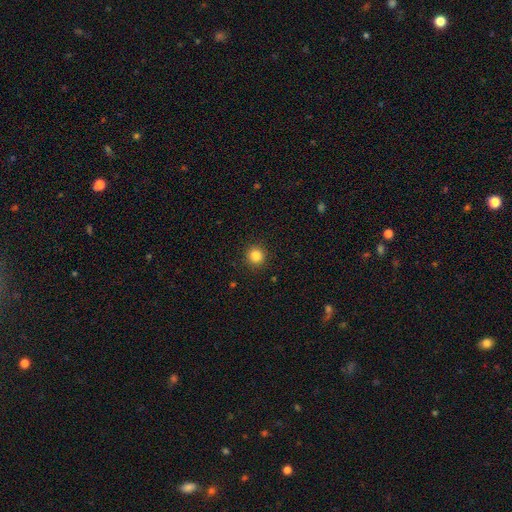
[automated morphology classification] Overall: smooth (85%). How rounded: round (94%). Merging: none (92%).